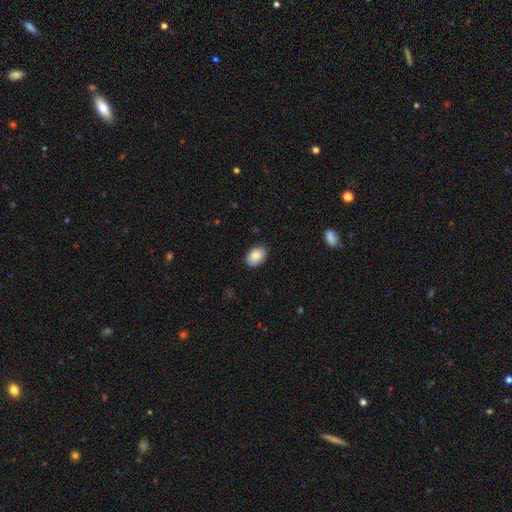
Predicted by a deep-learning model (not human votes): Smooth or featured?
  - smooth: 84% *
  - featured or disk: 9%
  - star or artifact: 7%
How rounded?
  - in between: 81% *
  - round: 18%
  - cigar-shaped: 1%
Merging?
  - none: 84% *
  - minor disturbance: 13%
  - major disturbance: 2%
  - merger: 1%